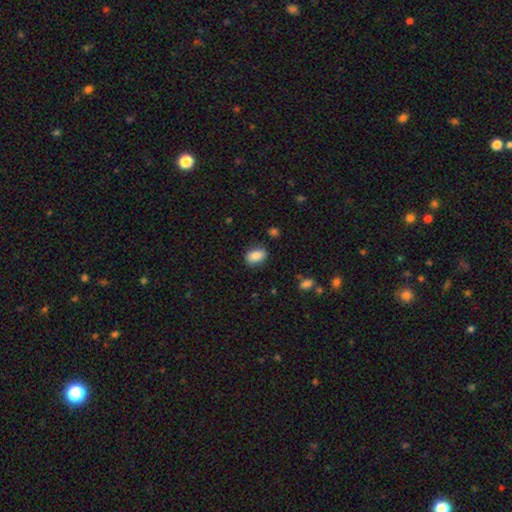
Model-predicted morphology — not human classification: Smooth or featured? Predicted: smooth (p=0.86). How rounded? Predicted: in between (p=0.86). Merging? Predicted: none (p=0.81).